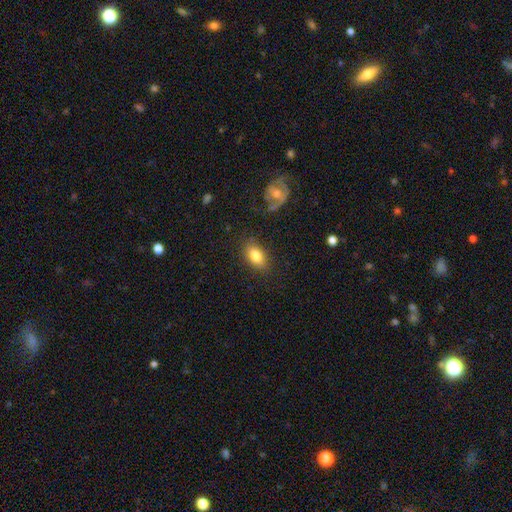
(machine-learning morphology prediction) Smooth or featured? smooth (80%)
How rounded? in between (86%)
Merging? none (81%)